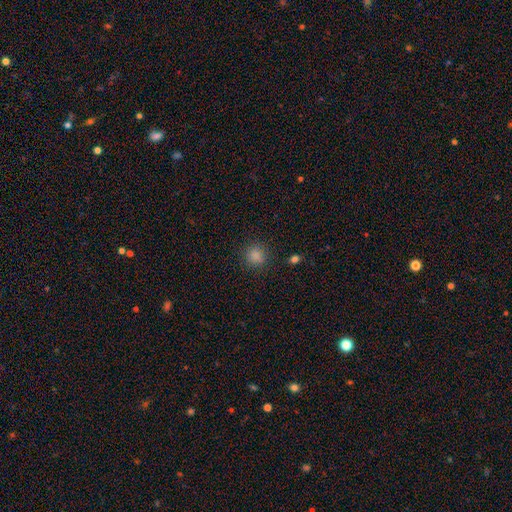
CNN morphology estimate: Overall: smooth (85%). How rounded: round (89%). Merging: none (87%).